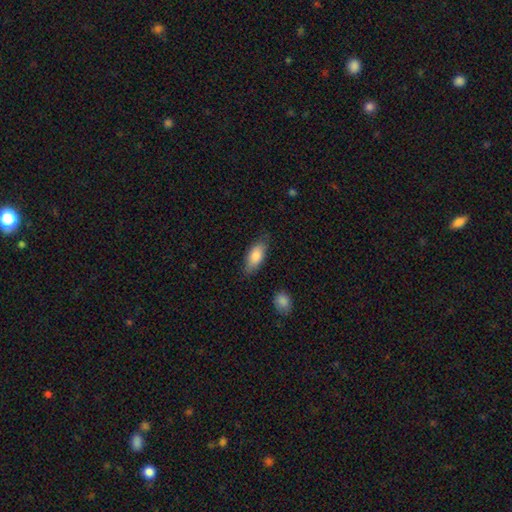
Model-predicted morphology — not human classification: Smooth or featured: smooth — 83% (featured or disk — 11%)
How rounded: in between — 85% (cigar-shaped — 13%)
Merging: none — 79% (minor disturbance — 16%)